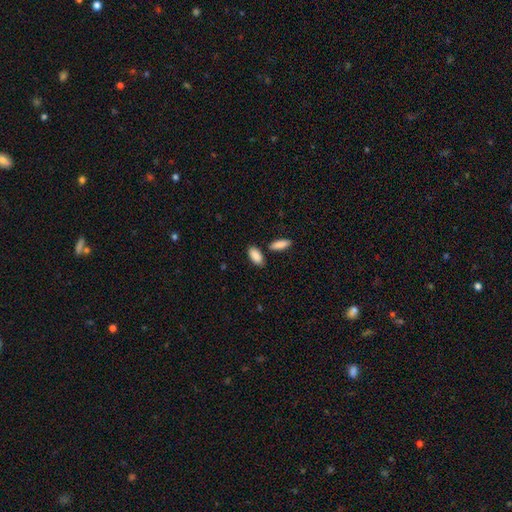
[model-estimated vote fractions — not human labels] Smooth or featured: smooth — 89% (star or artifact — 6%)
How rounded: in between — 90% (cigar-shaped — 7%)
Merging: none — 75% (minor disturbance — 12%)